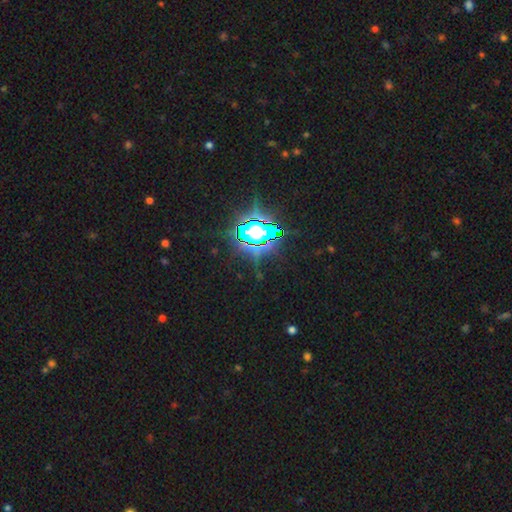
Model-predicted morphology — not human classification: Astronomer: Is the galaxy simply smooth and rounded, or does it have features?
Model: star or artifact — 78%.